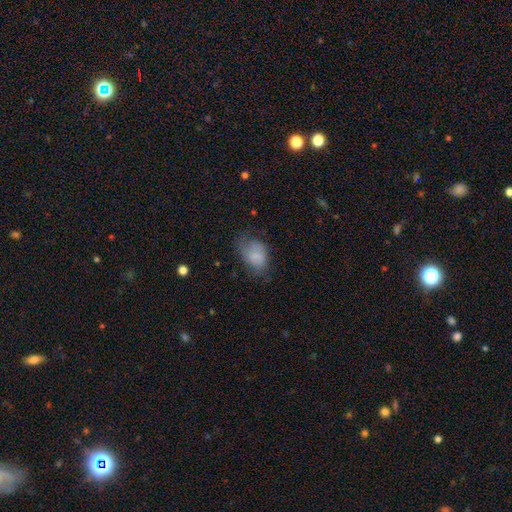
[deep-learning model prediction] Smooth or featured? smooth (72%)
How rounded? in between (81%)
Merging? none (42%)